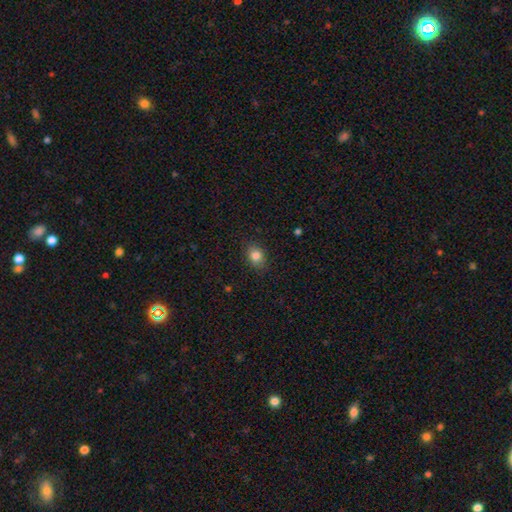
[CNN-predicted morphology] This is clearly a smooth galaxy (83%). How rounded: possibly in between (55%). Merging: clearly none (86%).